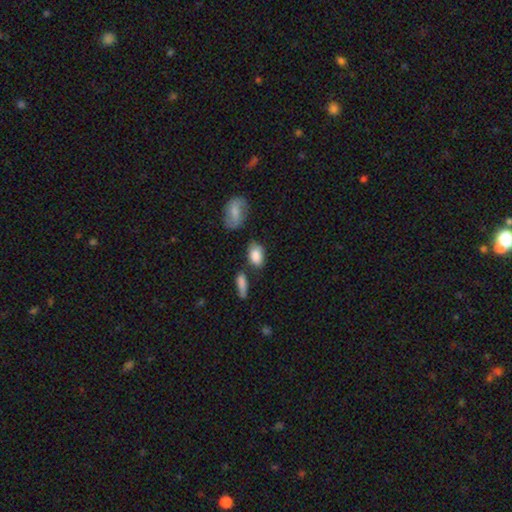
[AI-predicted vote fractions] A smooth galaxy with no disk features (85%) that is in between round and cigar-shaped (89%).

Vote fractions:
- Smooth or featured? smooth: 85% / featured or disk: 8% / star or artifact: 7%
- How rounded? in between: 89% / round: 8% / cigar-shaped: 3%
- Merging? none: 62% / minor disturbance: 20% / merger: 12% / major disturbance: 6%